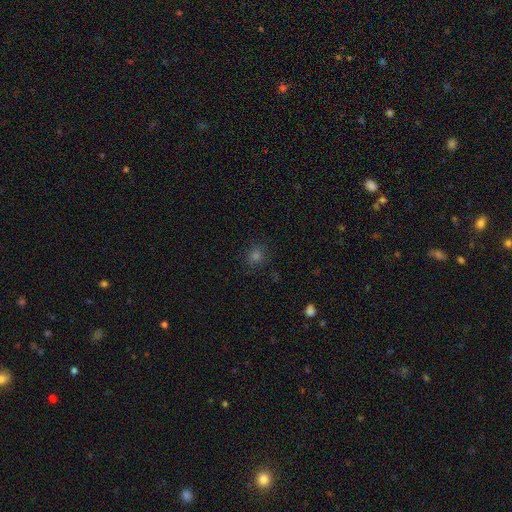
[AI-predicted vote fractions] Smooth or featured? Predicted: smooth (p=0.67). How rounded? Predicted: round (p=0.83). Merging? Predicted: none (p=0.86).